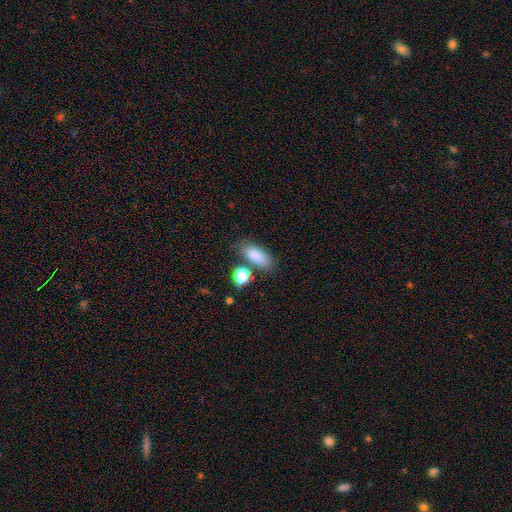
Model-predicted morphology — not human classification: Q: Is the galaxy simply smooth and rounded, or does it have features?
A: smooth — 85%.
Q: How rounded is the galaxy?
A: in between — 83%.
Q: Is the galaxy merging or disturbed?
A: none — 71%.